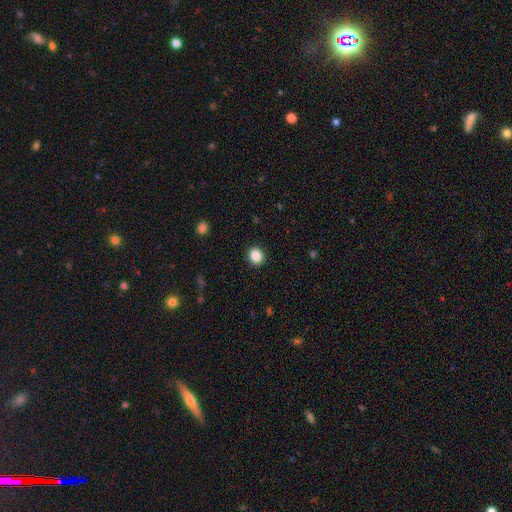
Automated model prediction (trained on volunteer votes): Morphology: type=smooth (88%); roundness=round (68%); merging=none (90%).